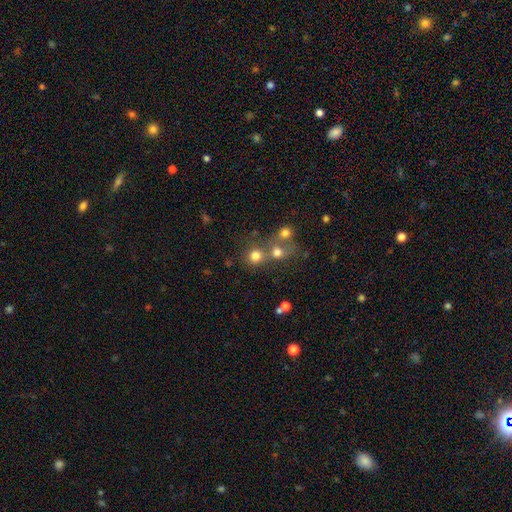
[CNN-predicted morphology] A smooth galaxy with no disk features (75%) that is round (86%). Merging: none (54%).